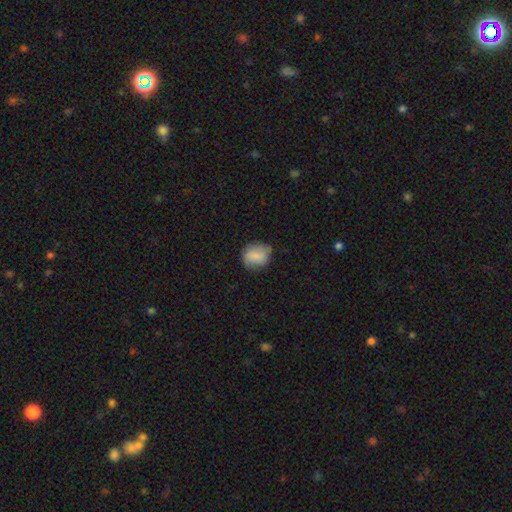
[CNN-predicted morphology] This appears to be a smooth galaxy with no disk features (80%) that is round (59%). Merging: none (69%).